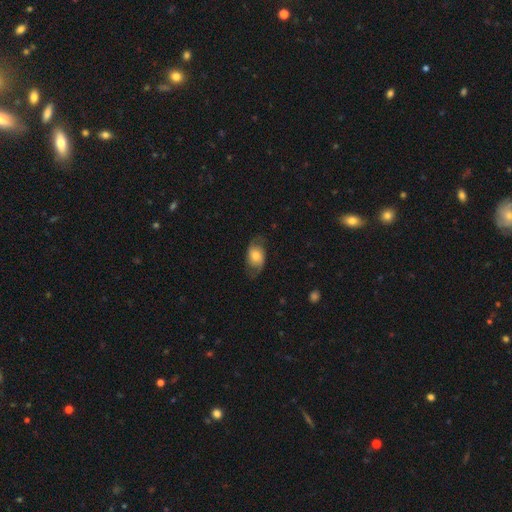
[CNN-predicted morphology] A featured or disk galaxy (53%) with no bar (71%), spiral arms (85%) and a moderate central bulge (54%).

Vote fractions:
- Smooth or featured? featured or disk: 53% / smooth: 39% / star or artifact: 8%
- Edge-on disk? no: 94% / yes: 6%
- Bar? no: 71% / weak: 24% / strong: 5%
- Spiral arms? yes: 85% / no: 15%
- Bulge size? moderate: 54% / small: 22% / large: 18% / dominant: 3% / none: 3%
- Merging? none: 68% / minor disturbance: 20% / major disturbance: 10% / merger: 1%